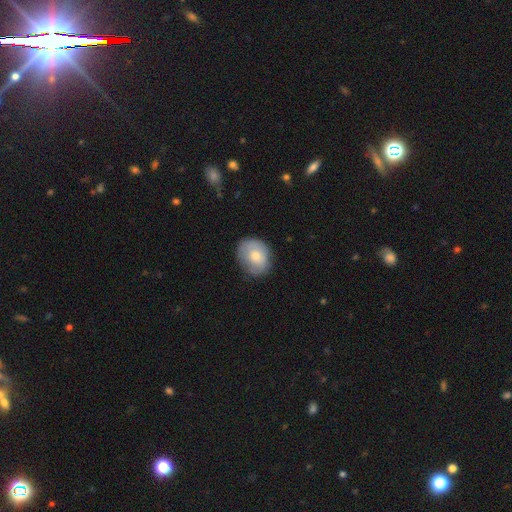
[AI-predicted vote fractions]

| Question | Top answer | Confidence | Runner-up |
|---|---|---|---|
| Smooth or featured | smooth | 65% | featured or disk (28%) |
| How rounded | round | 60% | in between (39%) |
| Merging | none | 71% | minor disturbance (22%) |